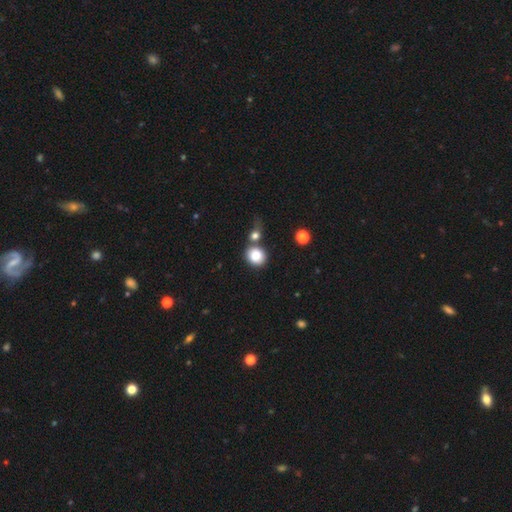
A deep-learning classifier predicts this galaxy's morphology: A smooth galaxy with no disk features (81%) that is round (77%).

Vote fractions:
- Smooth or featured? smooth: 81% / star or artifact: 10% / featured or disk: 9%
- How rounded? round: 77% / in between: 22% / cigar-shaped: 1%
- Merging? none: 64% / merger: 21% / minor disturbance: 11% / major disturbance: 4%